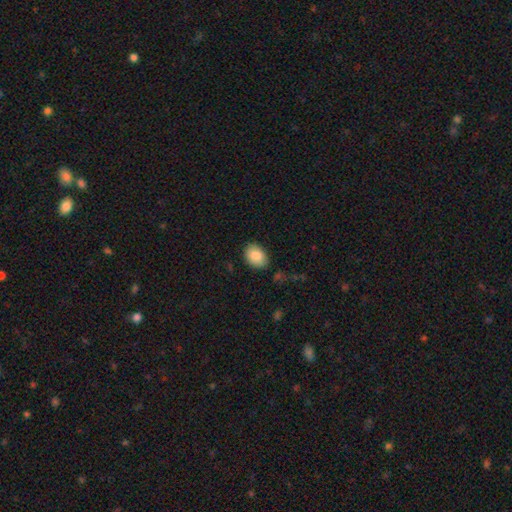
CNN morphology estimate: smooth-or-featured: smooth: 87% | star or artifact: 7% | featured or disk: 6%
  how-rounded: in between: 79% | round: 20% | cigar-shaped: 1%
  merging: none: 81% | minor disturbance: 14% | major disturbance: 3% | merger: 2%